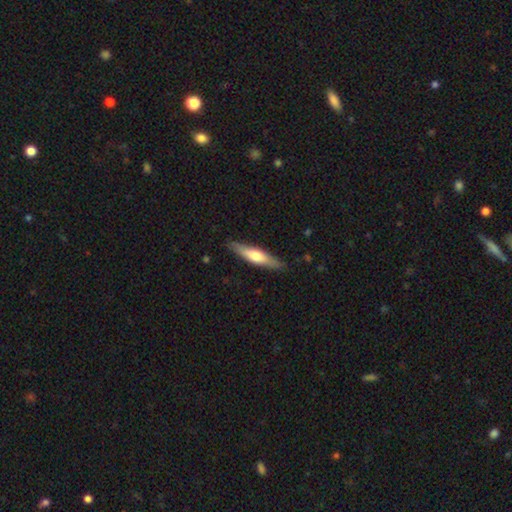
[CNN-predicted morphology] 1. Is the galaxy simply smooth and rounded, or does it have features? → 49% featured or disk, 47% smooth, 5% star or artifact.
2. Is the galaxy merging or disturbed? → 87% none, 10% minor disturbance, 2% major disturbance, 1% merger.